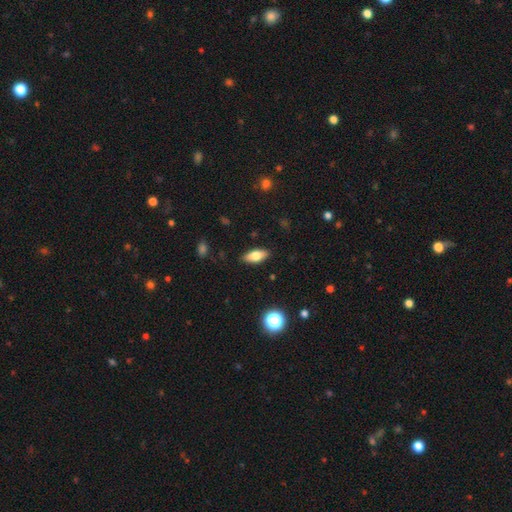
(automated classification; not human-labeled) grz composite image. It shows a smooth galaxy with no disk features (73%) that is in between round and cigar-shaped (81%). Merging: none (88%).